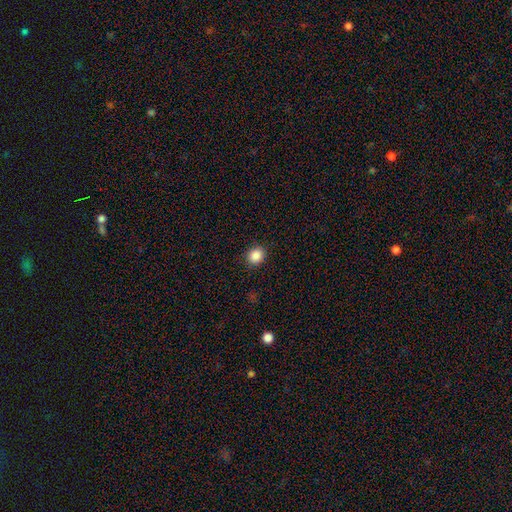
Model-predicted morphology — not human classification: smooth-or-featured: smooth: 87% | star or artifact: 10% | featured or disk: 3%
  how-rounded: round: 72% | in between: 27% | cigar-shaped: 1%
  merging: none: 90% | minor disturbance: 7% | major disturbance: 2% | merger: 1%